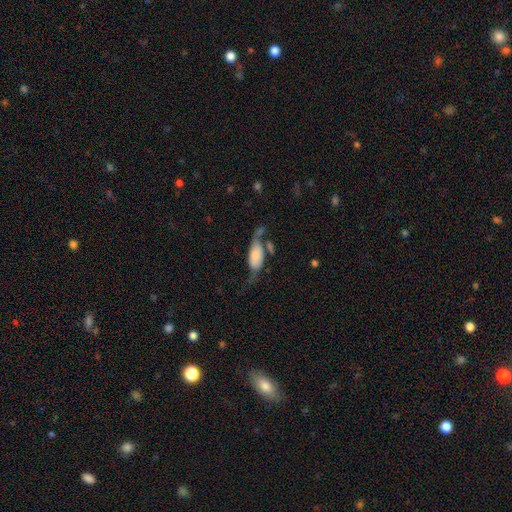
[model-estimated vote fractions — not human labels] Smooth or featured? Predicted: smooth (p=0.57). How rounded? Predicted: in between (p=0.87). Merging? Predicted: none (p=0.32).